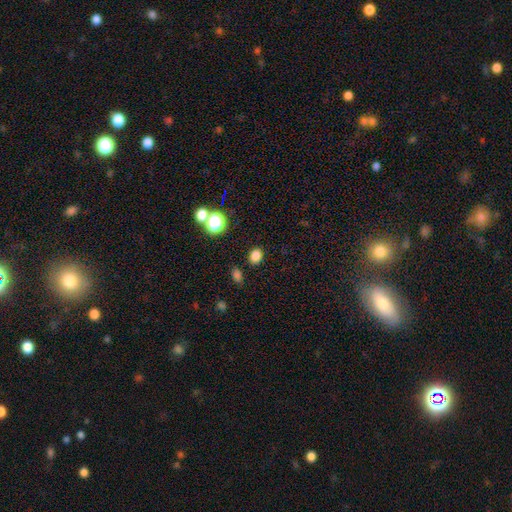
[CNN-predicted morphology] Smooth or featured? Predicted: smooth (p=0.81). How rounded? Predicted: in between (p=0.51). Merging? Predicted: none (p=0.87).